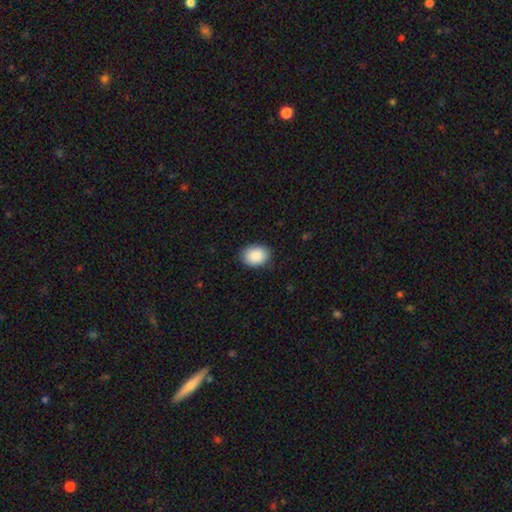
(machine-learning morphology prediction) A smooth galaxy with no disk features (90%) that is in between round and cigar-shaped (63%). Merging: none (88%).